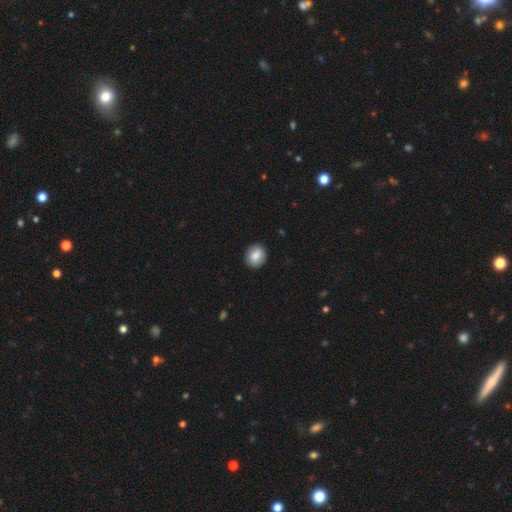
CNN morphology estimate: Smooth or featured? Predicted: smooth (p=0.84). How rounded? Predicted: round (p=0.70). Merging? Predicted: none (p=0.89).